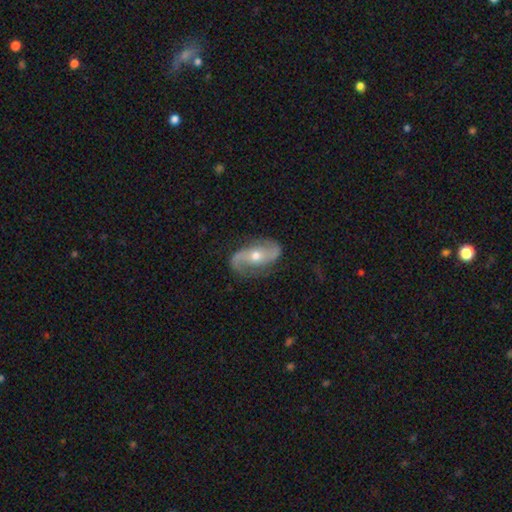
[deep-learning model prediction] Smooth or featured: featured or disk — 85% (smooth — 10%)
Edge-on disk: no — 95% (yes — 5%)
Bar: no — 51% (weak — 30%)
Spiral arms: yes — 95% (no — 5%)
Spiral winding: loose — 56% (medium — 32%)
Spiral arm count: 2 — 92% (can't tell — 3%)
Bulge size: moderate — 63% (small — 32%)
Merging: none — 79% (minor disturbance — 15%)